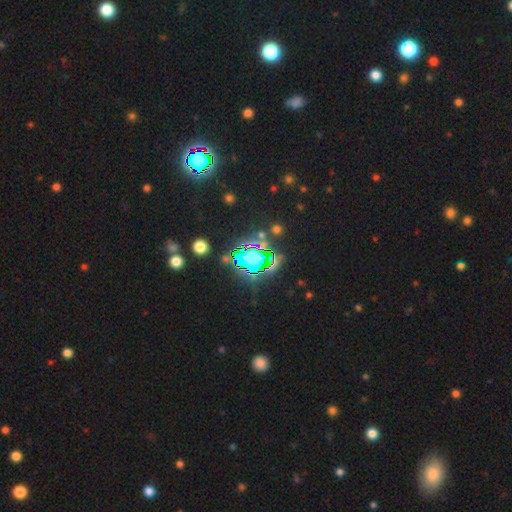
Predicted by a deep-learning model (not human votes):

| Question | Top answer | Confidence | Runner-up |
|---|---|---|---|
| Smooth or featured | star or artifact | 67% | smooth (20%) |